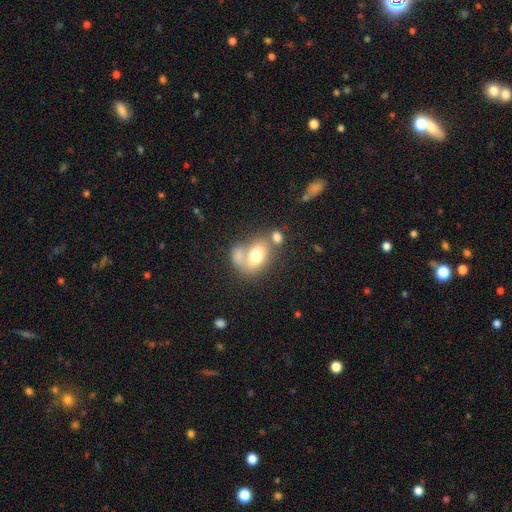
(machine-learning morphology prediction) type=smooth (70%); roundness=in between (76%); merging=merger (46%).